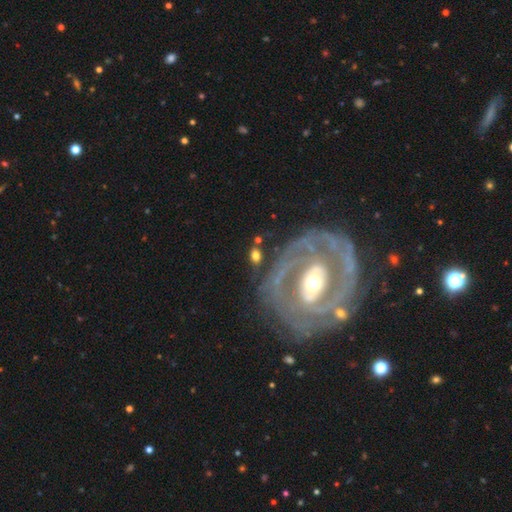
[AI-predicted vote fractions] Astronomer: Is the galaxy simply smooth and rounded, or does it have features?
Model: featured or disk — 46% (runner-up: smooth, 45%).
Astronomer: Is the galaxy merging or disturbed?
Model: none — 66%.